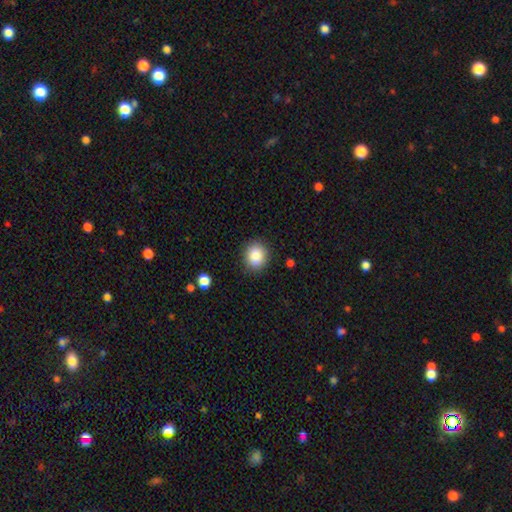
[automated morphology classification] Smooth or featured: smooth — 87% (star or artifact — 9%)
How rounded: round — 76% (in between — 23%)
Merging: none — 88% (minor disturbance — 8%)